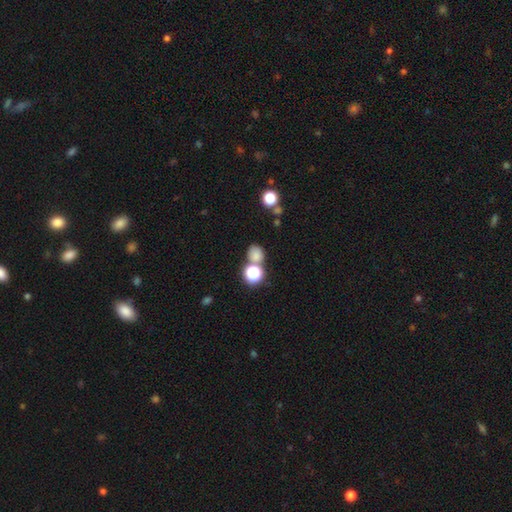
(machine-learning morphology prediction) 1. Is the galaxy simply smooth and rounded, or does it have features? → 74% smooth, 20% star or artifact, 7% featured or disk.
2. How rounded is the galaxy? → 70% round, 29% in between, 1% cigar-shaped.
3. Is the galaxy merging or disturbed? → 58% none, 27% merger, 10% minor disturbance, 4% major disturbance.